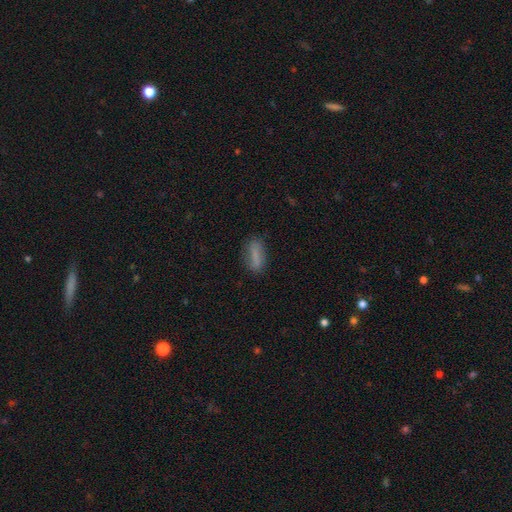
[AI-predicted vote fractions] A smooth galaxy with no disk features (75%) that is in between round and cigar-shaped (60%). Merging: none (78%).